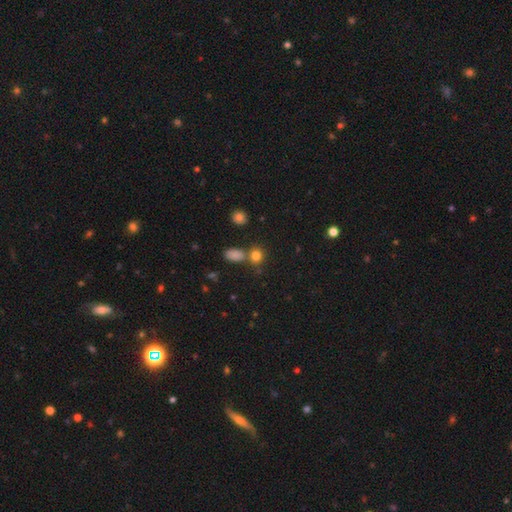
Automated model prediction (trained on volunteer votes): Smooth or featured?
  - smooth: 81% *
  - star or artifact: 13%
  - featured or disk: 6%
How rounded?
  - round: 66% *
  - in between: 32%
  - cigar-shaped: 2%
Merging?
  - none: 64% *
  - merger: 22%
  - minor disturbance: 10%
  - major disturbance: 4%